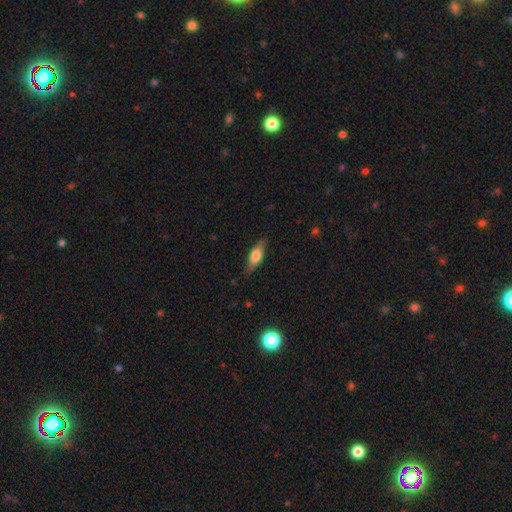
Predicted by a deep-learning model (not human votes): Morphology: type=smooth (62%); roundness=in between (64%); merging=none (80%).